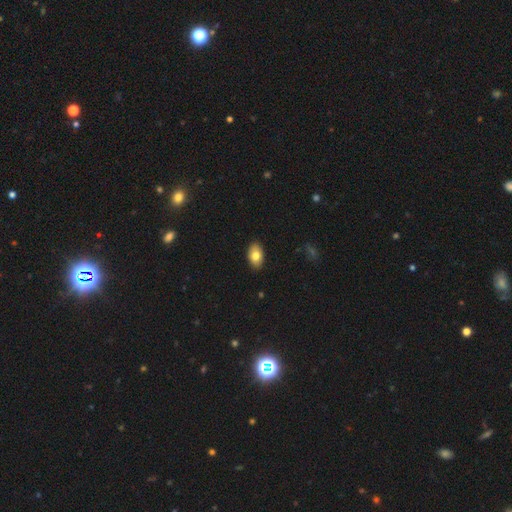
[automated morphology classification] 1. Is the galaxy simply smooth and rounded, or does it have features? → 79% smooth, 14% featured or disk, 7% star or artifact.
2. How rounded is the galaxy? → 92% in between, 7% round, 1% cigar-shaped.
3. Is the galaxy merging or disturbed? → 88% none, 9% minor disturbance, 2% major disturbance, 1% merger.